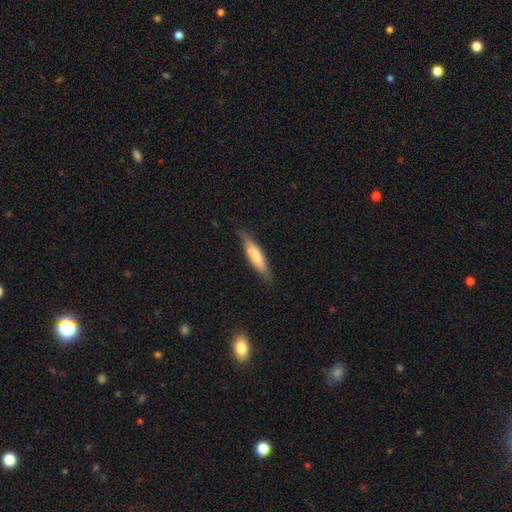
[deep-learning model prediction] Smooth or featured? Predicted: smooth (p=0.65). How rounded? Predicted: cigar-shaped (p=0.73). Merging? Predicted: none (p=0.77).